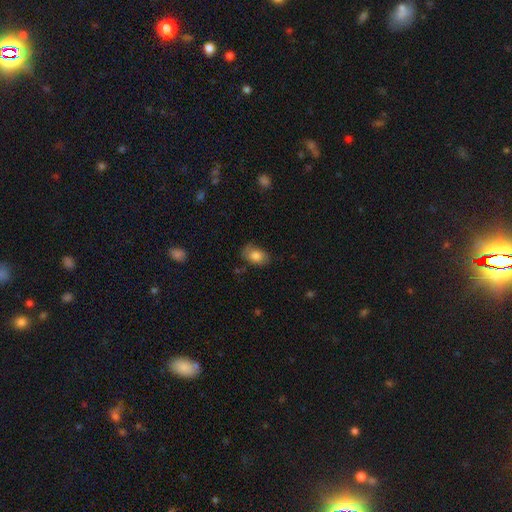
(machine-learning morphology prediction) Smooth or featured: smooth — 80% (featured or disk — 13%)
How rounded: in between — 84% (round — 15%)
Merging: none — 69% (minor disturbance — 23%)